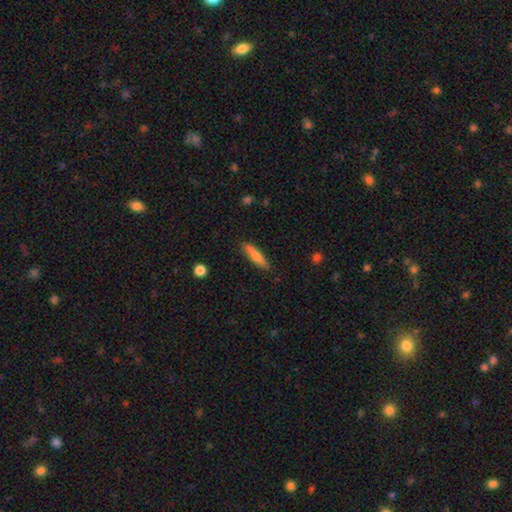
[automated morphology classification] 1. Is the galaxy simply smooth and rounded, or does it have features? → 69% smooth, 25% featured or disk, 6% star or artifact.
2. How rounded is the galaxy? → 78% cigar-shaped, 20% in between, 2% round.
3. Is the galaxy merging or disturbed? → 85% none, 11% minor disturbance, 2% major disturbance, 2% merger.